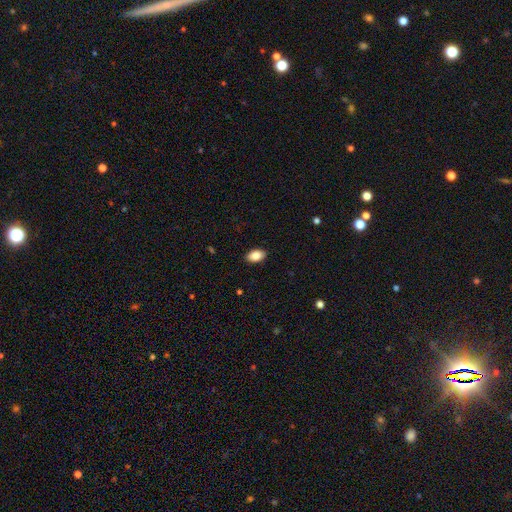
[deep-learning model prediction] A smooth galaxy with no disk features (87%) that is in between round and cigar-shaped (92%).

Vote fractions:
- Smooth or featured? smooth: 87% / star or artifact: 7% / featured or disk: 6%
- How rounded? in between: 92% / round: 7% / cigar-shaped: 1%
- Merging? none: 90% / minor disturbance: 7% / major disturbance: 2% / merger: 1%